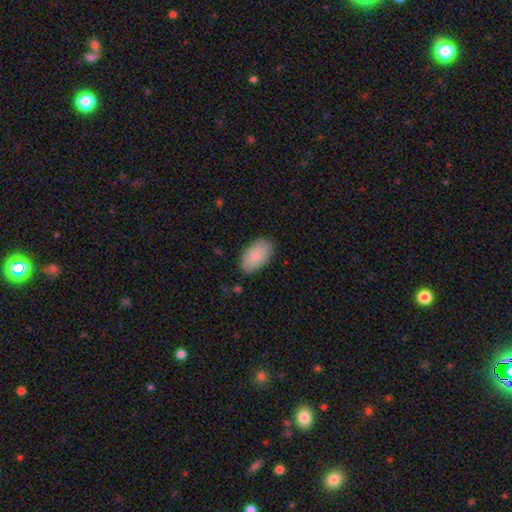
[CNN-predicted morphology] A smooth galaxy with no disk features (88%) that is in between round and cigar-shaped (95%). Merging: none (85%).